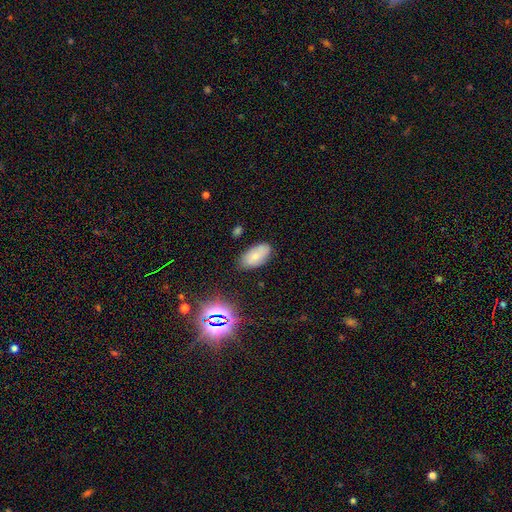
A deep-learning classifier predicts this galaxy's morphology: Overall: smooth (72%). How rounded: in between (93%). Merging: none (79%).